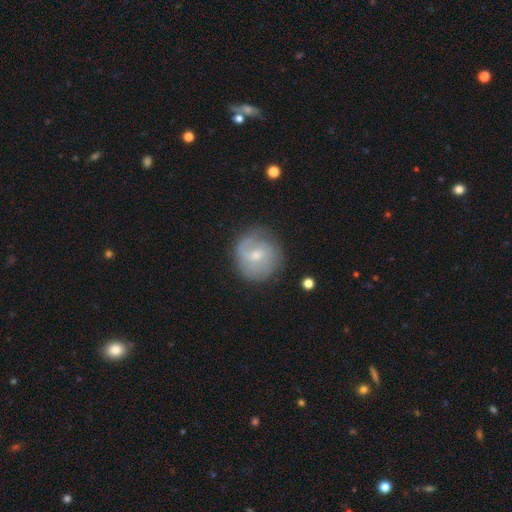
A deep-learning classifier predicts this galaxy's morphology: Smooth or featured?
  - featured or disk: 61% *
  - smooth: 32%
  - star or artifact: 7%
Edge-on disk?
  - no: 97% *
  - yes: 3%
Bar?
  - weak: 51% *
  - no: 41%
  - strong: 8%
Spiral arms?
  - yes: 84% *
  - no: 16%
Bulge size?
  - small: 55% *
  - moderate: 39%
  - none: 3%
  - large: 2%
  - dominant: 1%
Merging?
  - none: 71% *
  - minor disturbance: 19%
  - major disturbance: 8%
  - merger: 2%